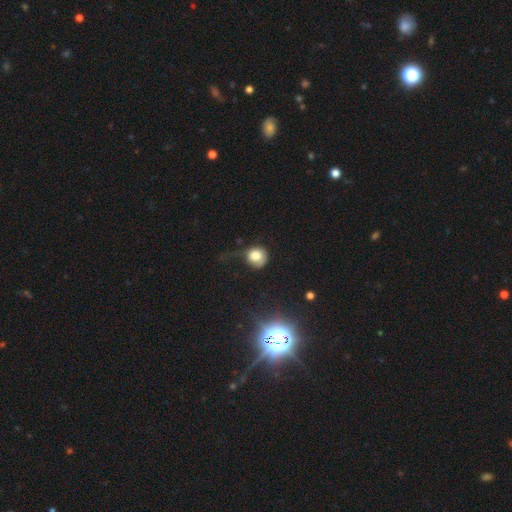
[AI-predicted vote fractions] Smooth or featured: smooth — 77% (featured or disk — 12%)
How rounded: round — 85% (in between — 14%)
Merging: none — 38% (minor disturbance — 30%)